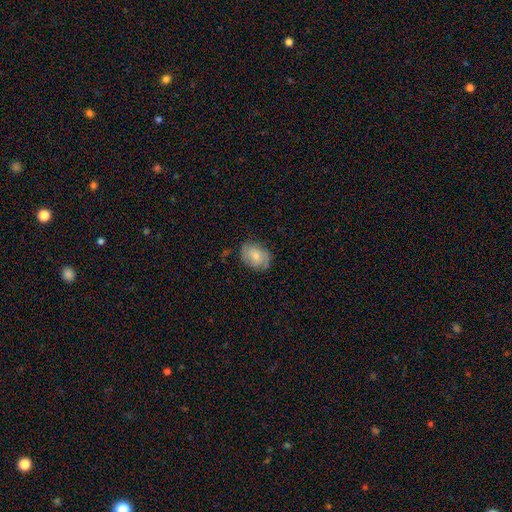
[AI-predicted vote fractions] Smooth or featured?
  - smooth: 69% *
  - featured or disk: 24%
  - star or artifact: 7%
How rounded?
  - in between: 68% *
  - round: 31%
  - cigar-shaped: 1%
Merging?
  - none: 74% *
  - minor disturbance: 20%
  - major disturbance: 5%
  - merger: 1%